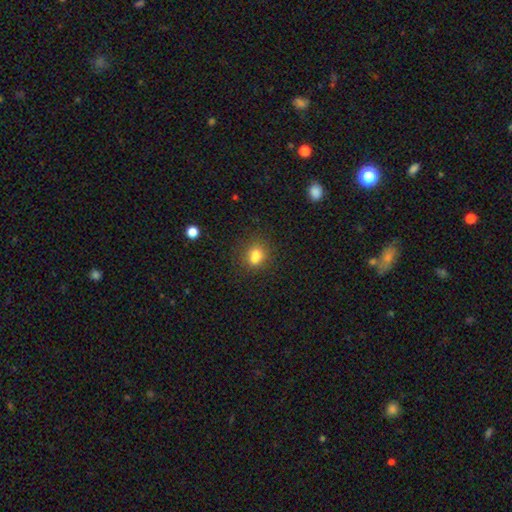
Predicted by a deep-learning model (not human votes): This is likely a smooth galaxy (75%). How rounded: possibly round (57%). Merging: possibly none (53%).